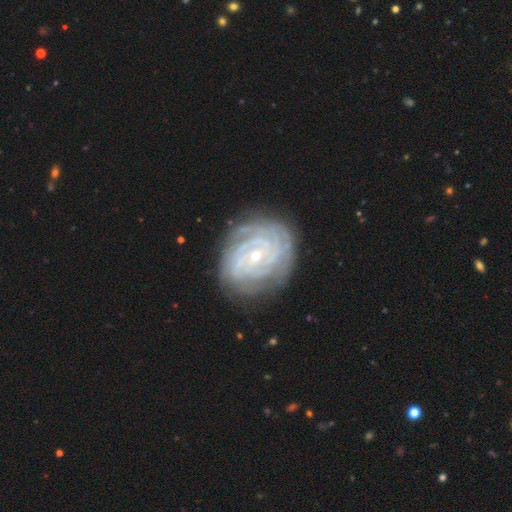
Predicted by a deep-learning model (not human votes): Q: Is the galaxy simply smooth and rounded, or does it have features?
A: featured or disk — 88%.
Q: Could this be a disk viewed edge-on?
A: no — 97%.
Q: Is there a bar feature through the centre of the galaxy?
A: no — 60%.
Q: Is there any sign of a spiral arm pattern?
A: yes — 97%.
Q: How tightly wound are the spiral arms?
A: tight — 83%.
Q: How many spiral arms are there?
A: can't tell — 27%.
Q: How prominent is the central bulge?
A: small — 79%.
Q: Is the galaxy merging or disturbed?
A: none — 78%.